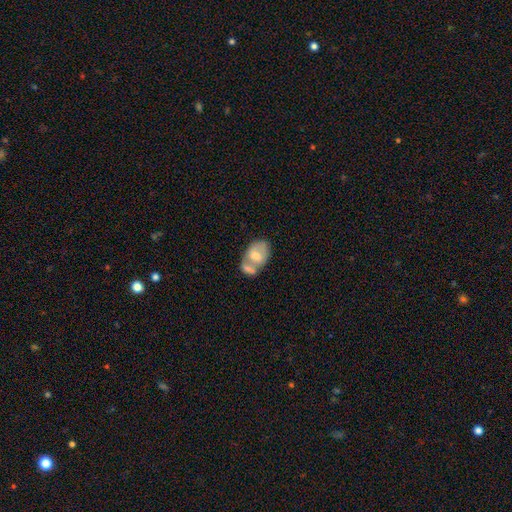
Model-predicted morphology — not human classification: The model was most divided on "smooth or featured": smooth: 54%, featured or disk: 39%, star or artifact: 7%. More confident: how rounded — in between (83%); merging — merger (57%).